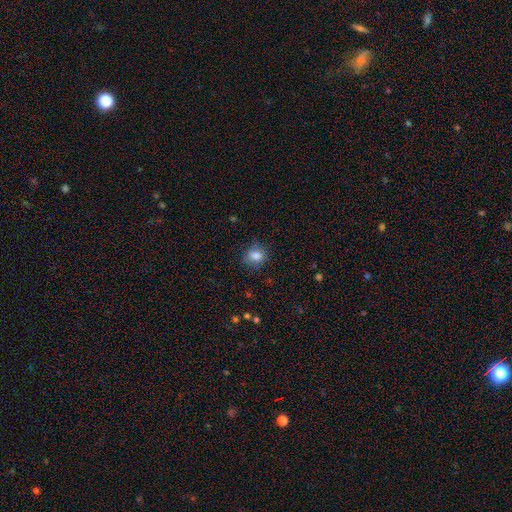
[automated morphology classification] Smooth or featured? Predicted: smooth (p=0.83). How rounded? Predicted: round (p=0.60). Merging? Predicted: none (p=0.75).